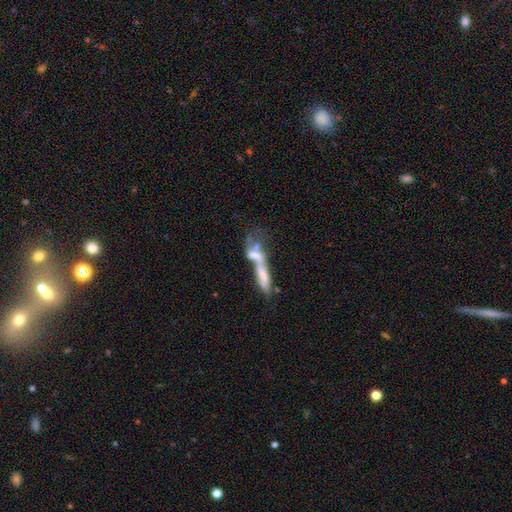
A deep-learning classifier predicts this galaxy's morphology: Smooth or featured: featured or disk — 48% (smooth — 40%)
Merging: merger — 57% (none — 18%)